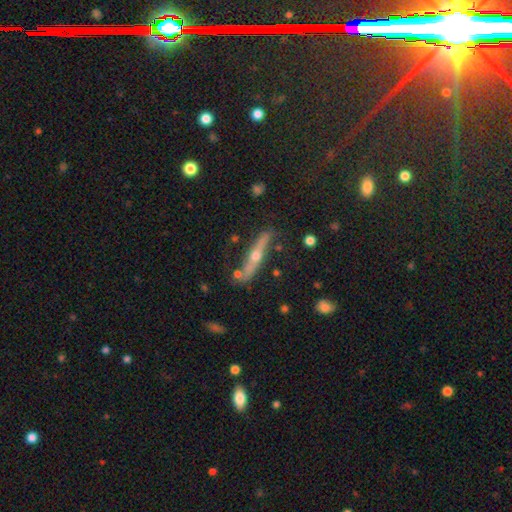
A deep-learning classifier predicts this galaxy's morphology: This is likely a featured or disk galaxy (70%). It is clearly viewed edge-on (85%). Edge-on bulge: clearly rounded (92%). Merging: likely none (75%).